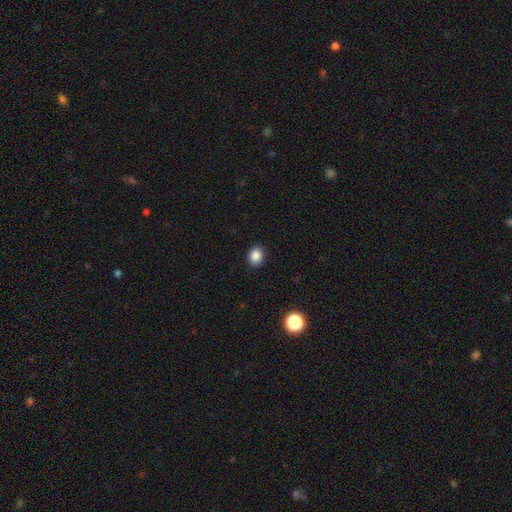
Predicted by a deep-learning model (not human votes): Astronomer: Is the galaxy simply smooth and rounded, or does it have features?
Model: smooth — 87%.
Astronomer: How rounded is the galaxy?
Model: round — 56% (runner-up: in between, 44%).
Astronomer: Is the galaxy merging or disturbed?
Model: none — 90%.